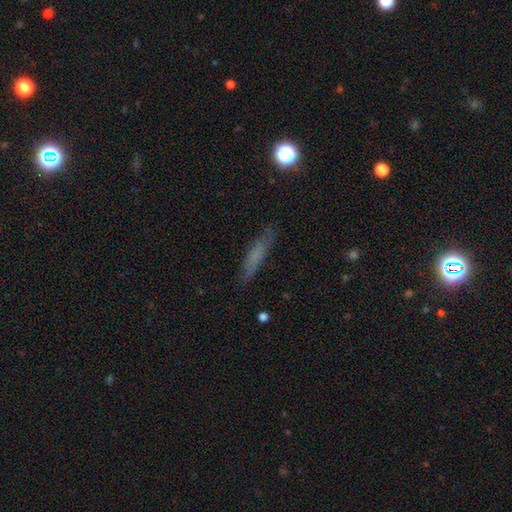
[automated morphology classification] Overall: smooth (57%; featured or disk 31%). How rounded: cigar-shaped (80%). Merging: none (79%).